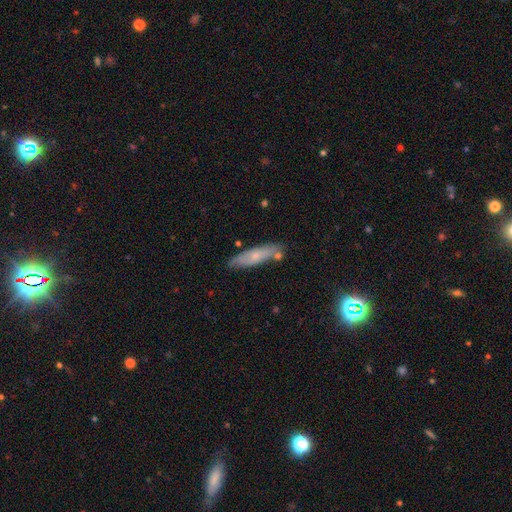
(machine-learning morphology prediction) This is possibly a smooth galaxy (55%). How rounded: likely cigar-shaped (71%). Merging: likely none (75%).